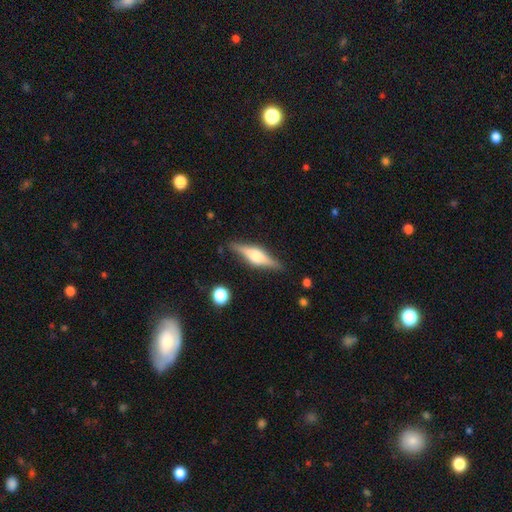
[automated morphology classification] Smooth or featured? Predicted: featured or disk (p=0.71). Edge-on disk? Predicted: yes (p=0.96). Edge-on bulge? Predicted: rounded (p=0.88). Merging? Predicted: none (p=0.86).